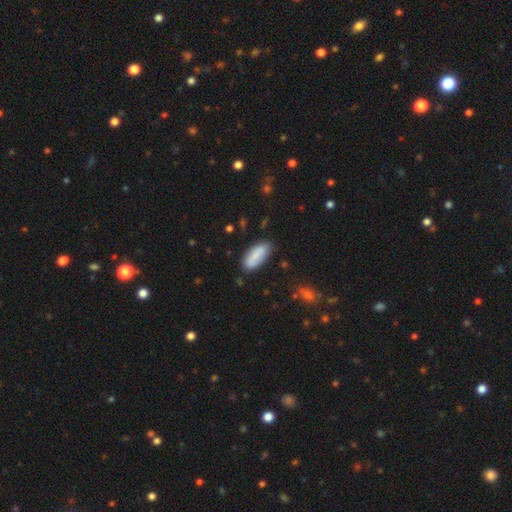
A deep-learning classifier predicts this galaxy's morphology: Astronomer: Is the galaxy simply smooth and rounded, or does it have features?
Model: smooth — 77%.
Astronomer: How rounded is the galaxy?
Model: in between — 84%.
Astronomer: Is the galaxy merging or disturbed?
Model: none — 78%.